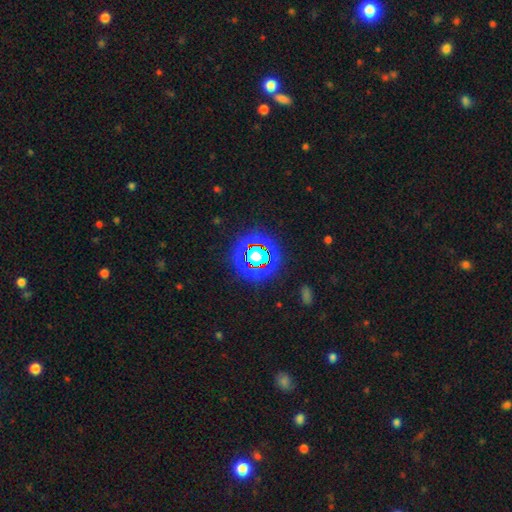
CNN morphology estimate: star or artifact 68%, smooth 20%, featured or disk 12%.